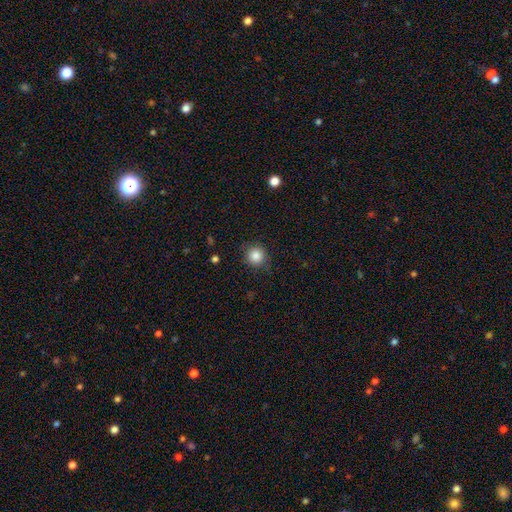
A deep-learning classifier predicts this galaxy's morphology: Overall: smooth (85%). How rounded: round (91%). Merging: none (84%).